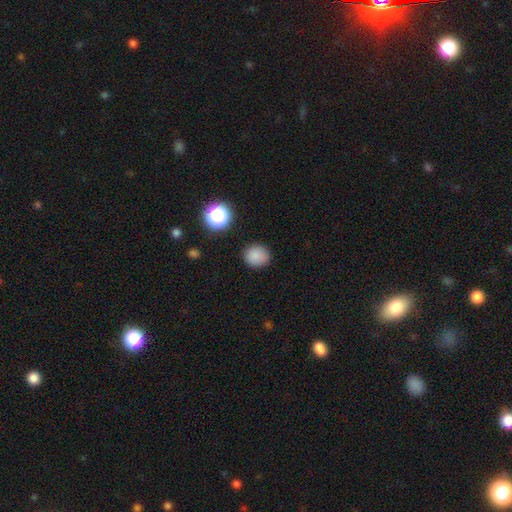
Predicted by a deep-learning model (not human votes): smooth-or-featured: smooth: 84% | star or artifact: 12% | featured or disk: 4%
  how-rounded: round: 80% | in between: 19% | cigar-shaped: 1%
  merging: none: 87% | minor disturbance: 9% | major disturbance: 3% | merger: 2%